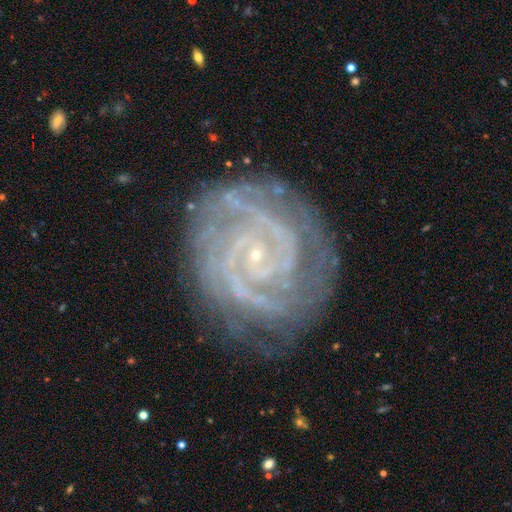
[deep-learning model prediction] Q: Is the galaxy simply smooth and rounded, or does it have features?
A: featured or disk — 91%.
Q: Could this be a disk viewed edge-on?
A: no — 98%.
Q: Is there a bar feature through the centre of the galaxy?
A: no — 67%.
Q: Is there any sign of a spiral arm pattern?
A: yes — 98%.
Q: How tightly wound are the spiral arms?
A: tight — 76%.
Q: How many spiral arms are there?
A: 2 — 35%.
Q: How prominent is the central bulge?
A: small — 90%.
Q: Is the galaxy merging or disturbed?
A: none — 79%.